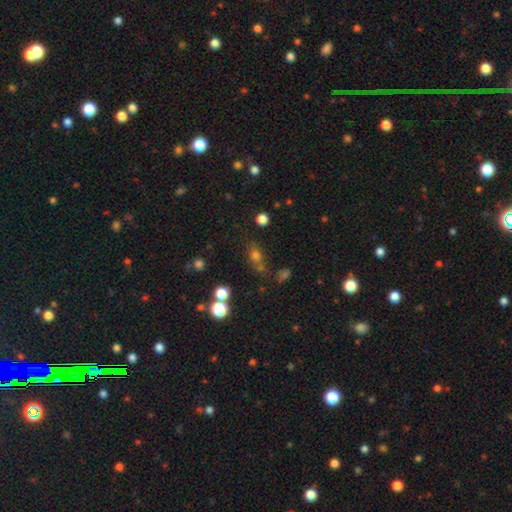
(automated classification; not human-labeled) Smooth or featured? smooth (63%)
How rounded? in between (48%)
Merging? none (64%)